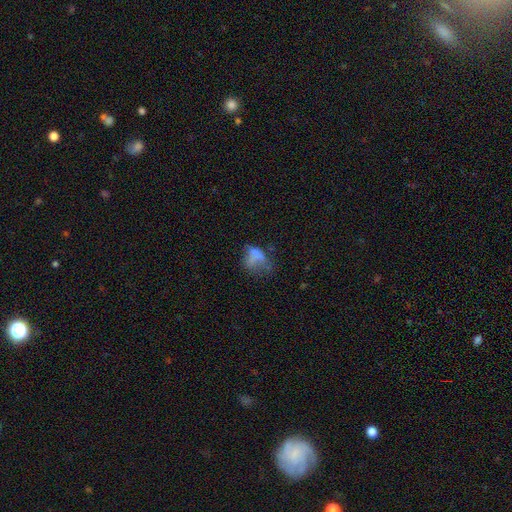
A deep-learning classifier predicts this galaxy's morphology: A smooth galaxy with no disk features (56%) that is in between round and cigar-shaped (73%). Merging: major disturbance (42%).